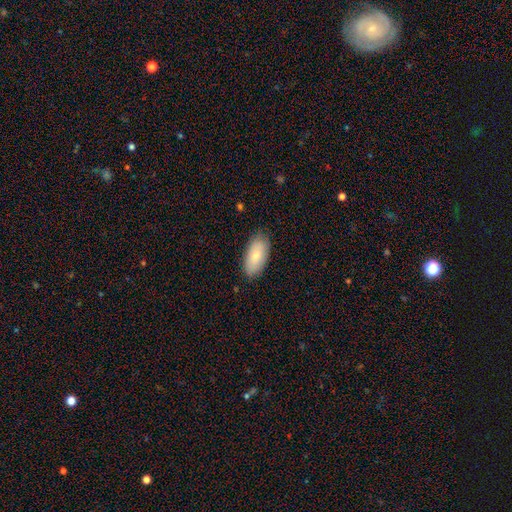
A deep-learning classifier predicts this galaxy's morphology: This is clearly a smooth galaxy (82%). How rounded: clearly in between (91%). Merging: clearly none (83%).